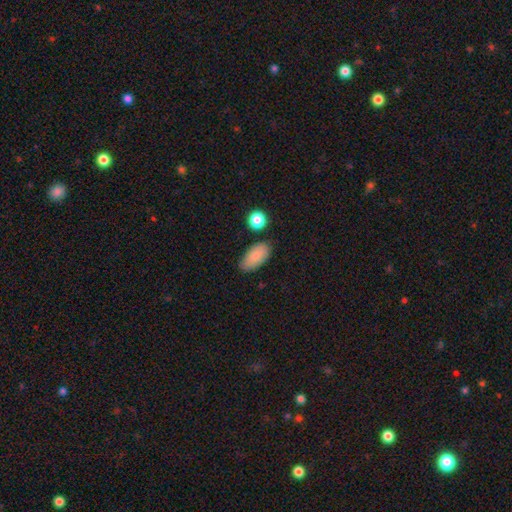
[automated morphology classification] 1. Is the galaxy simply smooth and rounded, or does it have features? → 83% smooth, 9% featured or disk, 7% star or artifact.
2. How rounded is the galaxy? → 92% in between, 5% cigar-shaped, 3% round.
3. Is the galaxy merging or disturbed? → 76% none, 17% minor disturbance, 4% merger, 3% major disturbance.